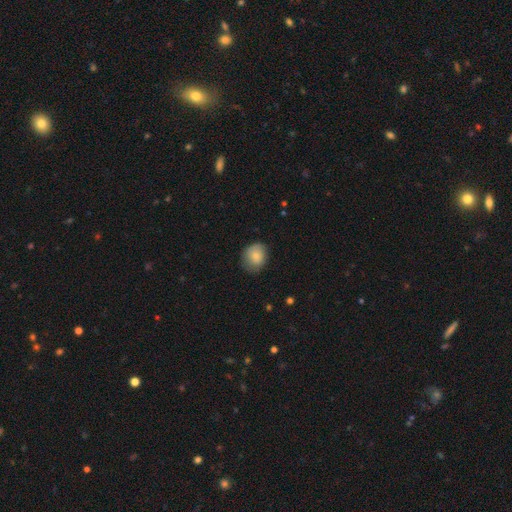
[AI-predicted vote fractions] The model was most divided on "how rounded": round: 58%, in between: 41%, cigar-shaped: 1%. More confident: smooth or featured — smooth (78%); merging — none (65%).